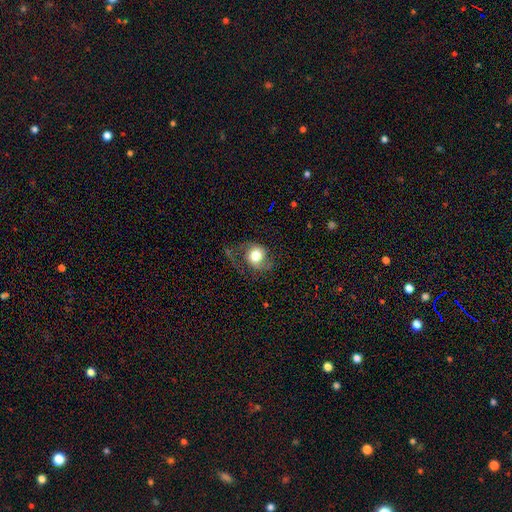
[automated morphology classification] smooth_or_featured: smooth (p=0.54) [alt: featured or disk p=0.36]
how_rounded: round (p=0.73) [alt: in between p=0.26]
merging: none (p=0.46) [alt: major disturbance p=0.29]